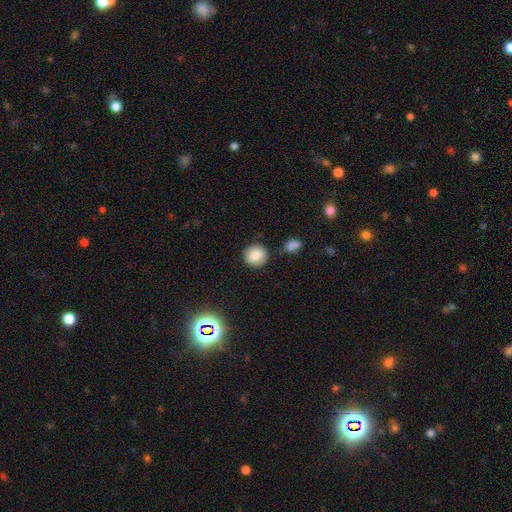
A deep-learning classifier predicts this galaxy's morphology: Q: Smooth or featured?
A: smooth (84%); runner-up: star or artifact (9%)
Q: How rounded?
A: round (87%); runner-up: in between (12%)
Q: Merging?
A: none (82%); runner-up: minor disturbance (10%)